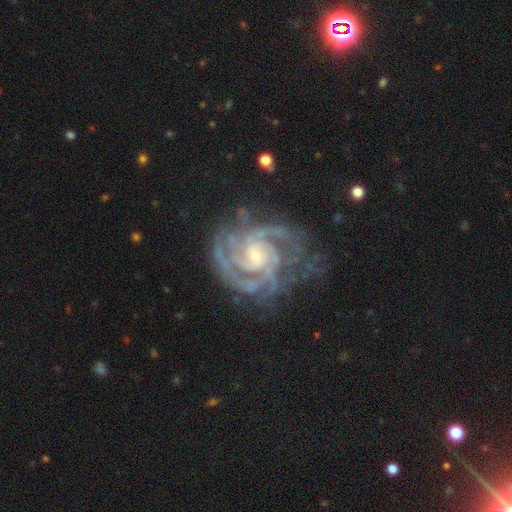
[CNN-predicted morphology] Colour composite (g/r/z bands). It shows a featured or disk galaxy (91%) with no bar (65%), 3 (27%) tight (63%) spiral arms (98%) and a small central bulge (67%). Merging: none (68%).